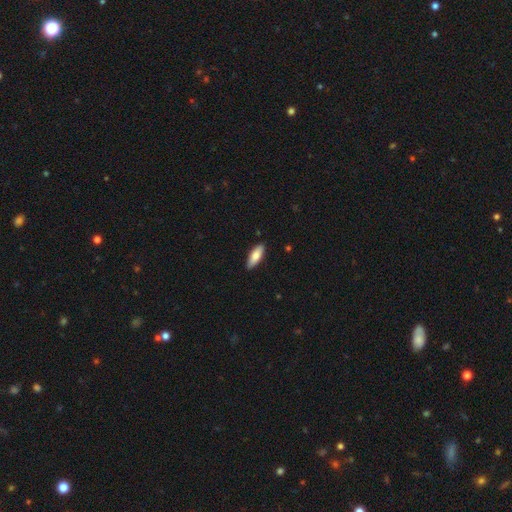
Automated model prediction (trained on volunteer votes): This appears to be a smooth galaxy with no disk features (79%) that is in between round and cigar-shaped (66%). Merging: none (87%).